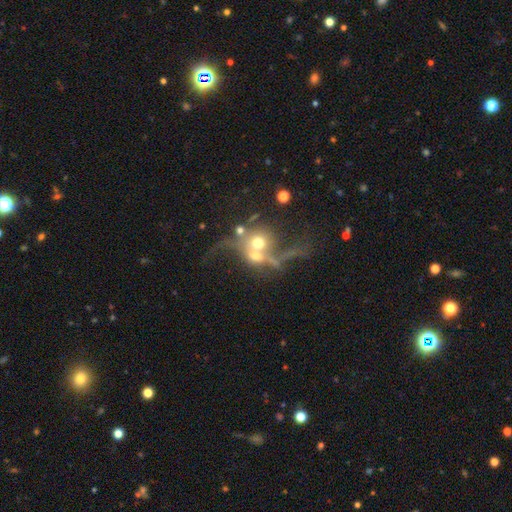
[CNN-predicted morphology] The model was most divided on "smooth or featured": featured or disk: 45%, smooth: 40%, star or artifact: 15%. More confident: merging — merger (56%).